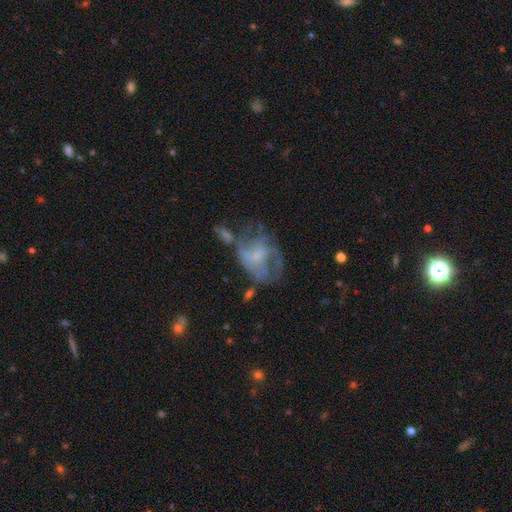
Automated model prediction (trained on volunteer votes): The model was most divided on "merging": none: 36%, major disturbance: 30%, minor disturbance: 22%, merger: 13%. More confident: edge-on disk — no (97%); smooth or featured — featured or disk (64%); bar — no (62%); spiral arms — yes (59%); bulge size — small (51%).